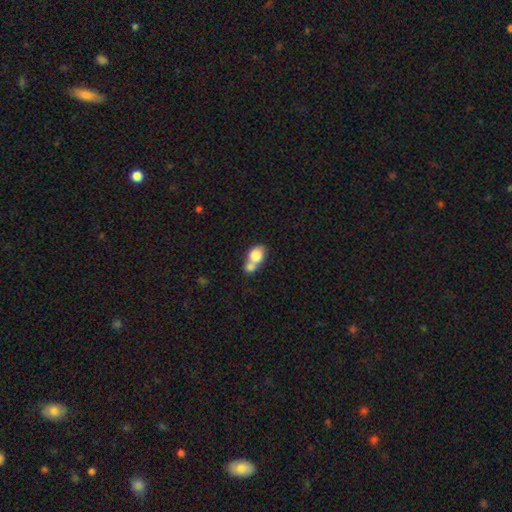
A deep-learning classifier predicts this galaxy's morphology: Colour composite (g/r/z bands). It shows a smooth galaxy with no disk features (78%) that is in between round and cigar-shaped (54%). Merging: merger (69%).